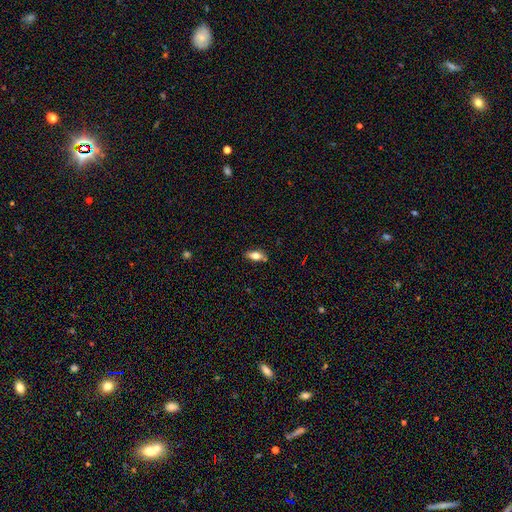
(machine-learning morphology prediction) A smooth galaxy with no disk features (68%) that is in between round and cigar-shaped (84%). Merging: none (79%).